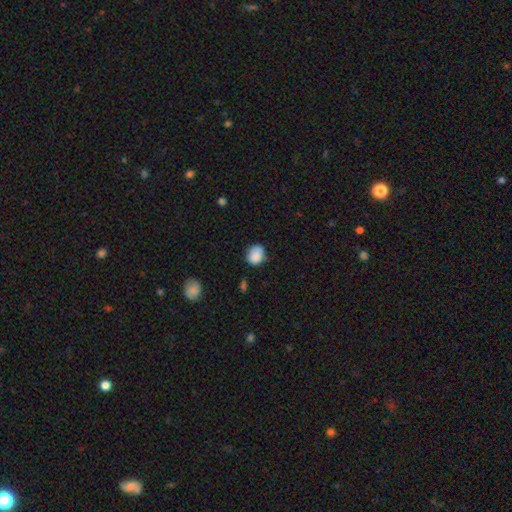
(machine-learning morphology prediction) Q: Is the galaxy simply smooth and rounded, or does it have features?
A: smooth — 87%.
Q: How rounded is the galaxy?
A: round — 61%.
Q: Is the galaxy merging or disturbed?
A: none — 68%.